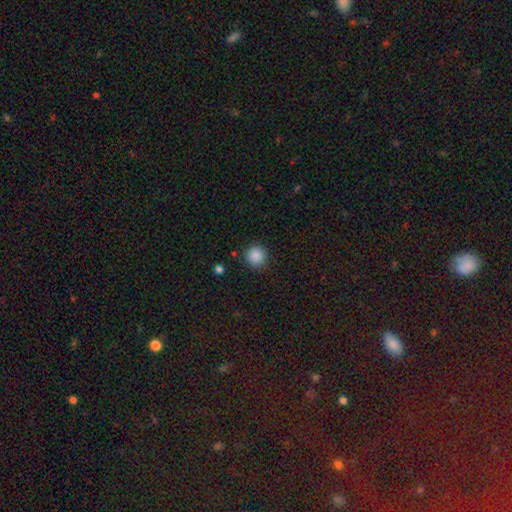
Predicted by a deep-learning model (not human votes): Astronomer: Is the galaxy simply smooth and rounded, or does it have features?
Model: smooth — 87%.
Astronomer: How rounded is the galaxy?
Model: round — 94%.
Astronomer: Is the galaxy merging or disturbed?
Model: none — 90%.